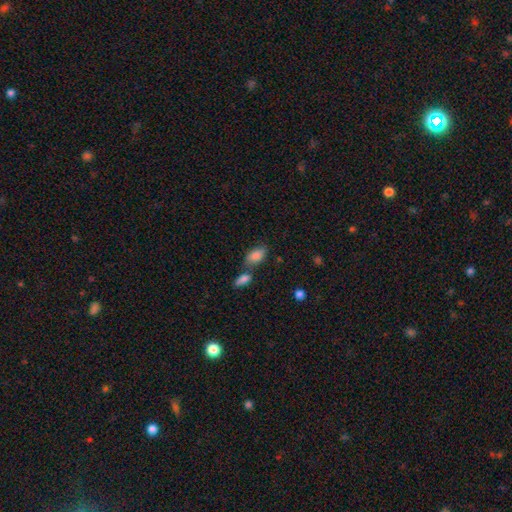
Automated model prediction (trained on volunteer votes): Smooth or featured?
  - smooth: 85% *
  - star or artifact: 8%
  - featured or disk: 7%
How rounded?
  - in between: 91% *
  - round: 5%
  - cigar-shaped: 4%
Merging?
  - none: 52% *
  - merger: 29%
  - minor disturbance: 15%
  - major disturbance: 5%